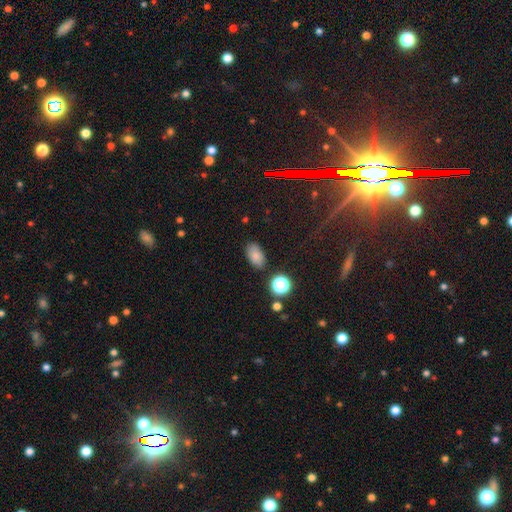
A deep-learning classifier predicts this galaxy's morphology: Overall: smooth (80%). How rounded: in between (89%). Merging: none (82%).